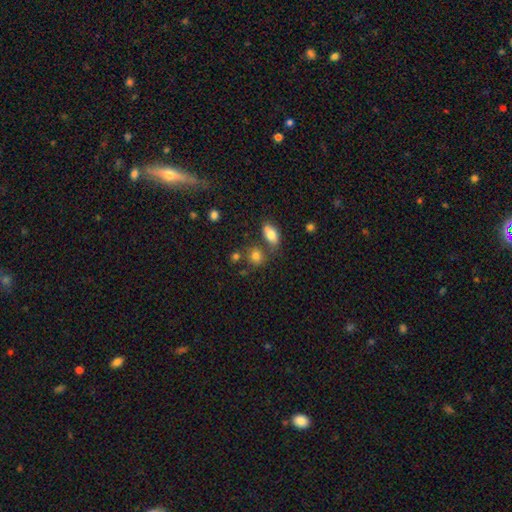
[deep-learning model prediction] This is likely a smooth galaxy (78%). How rounded: likely round (65%). Merging: possibly none (58%).